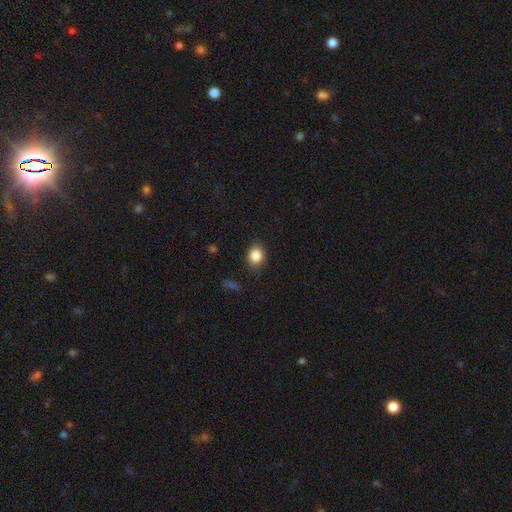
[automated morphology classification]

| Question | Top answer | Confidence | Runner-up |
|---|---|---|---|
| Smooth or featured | smooth | 85% | star or artifact (10%) |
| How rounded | round | 61% | in between (38%) |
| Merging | none | 84% | minor disturbance (12%) |